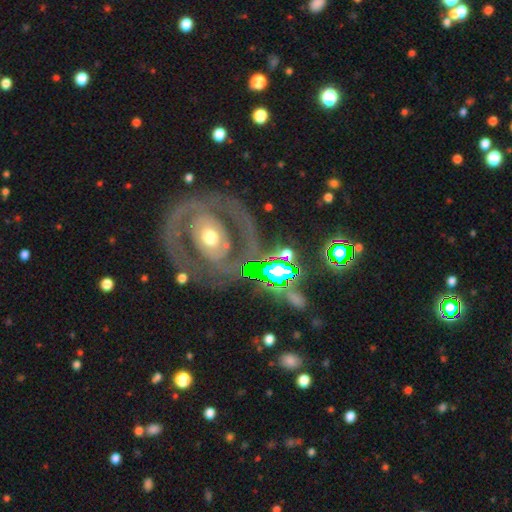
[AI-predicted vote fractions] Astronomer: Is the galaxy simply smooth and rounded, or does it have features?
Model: featured or disk — 76%.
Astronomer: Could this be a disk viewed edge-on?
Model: no — 95%.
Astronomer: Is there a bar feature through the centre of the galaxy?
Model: no — 61%.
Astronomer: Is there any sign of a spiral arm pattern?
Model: yes — 56% (runner-up: no, 44%).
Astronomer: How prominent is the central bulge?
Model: moderate — 65%.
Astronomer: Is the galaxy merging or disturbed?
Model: none — 69%.